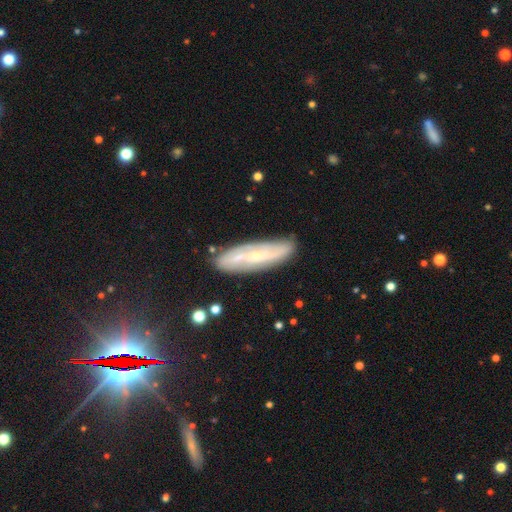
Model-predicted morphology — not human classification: This is likely a featured or disk galaxy (71%). It is likely not viewed edge-on (74%). Bar: marginally no (41%). Spiral arm pattern: clearly yes (85%). Central bulge: likely small (70%). Merging: clearly none (82%).